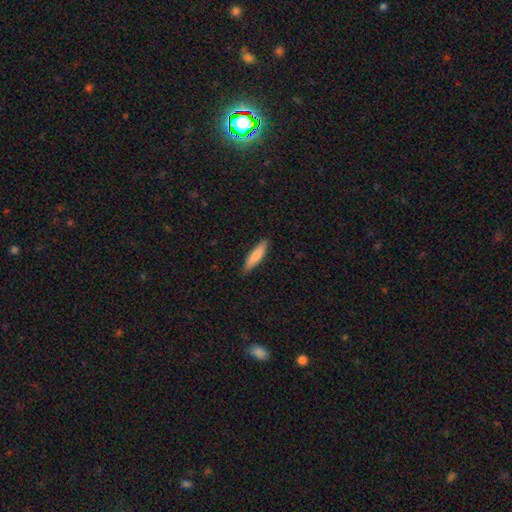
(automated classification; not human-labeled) Morphology: type=smooth (83%); roundness=cigar-shaped (78%); merging=none (88%).